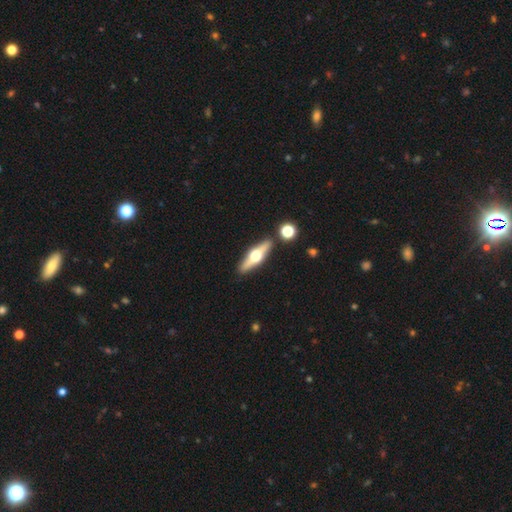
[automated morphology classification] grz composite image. It shows a featured or disk galaxy (67%) viewed edge-on (94%) with a rounded central bulge (96%). Merging: none (86%).